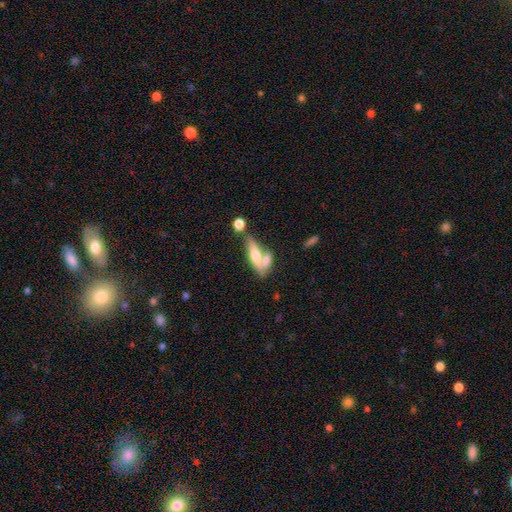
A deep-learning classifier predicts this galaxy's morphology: This is possibly a smooth galaxy (55%). How rounded: possibly in between (56%). Merging: marginally merger (44%).